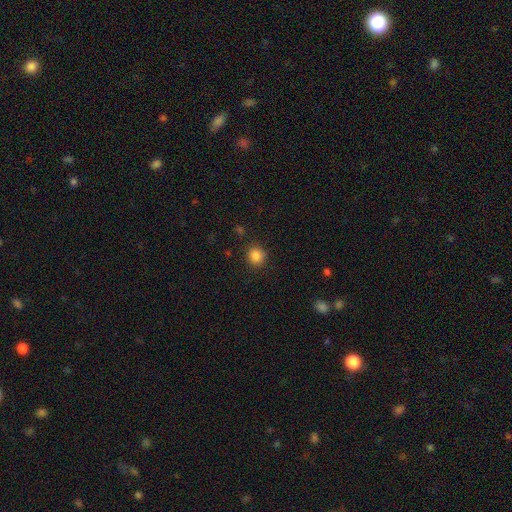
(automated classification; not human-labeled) smooth-or-featured: smooth: 85% | star or artifact: 11% | featured or disk: 4%
  how-rounded: round: 87% | in between: 12% | cigar-shaped: 1%
  merging: none: 87% | minor disturbance: 8% | major disturbance: 3% | merger: 2%